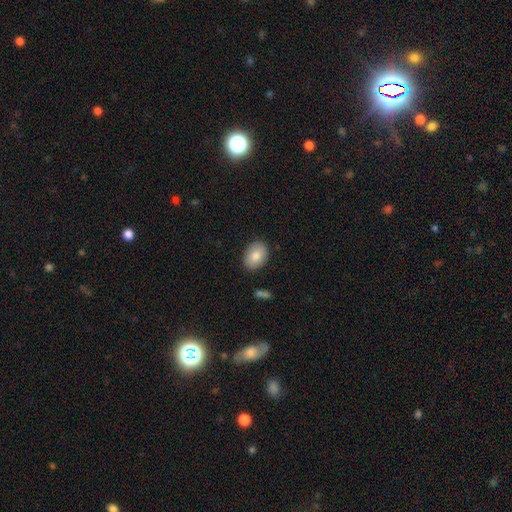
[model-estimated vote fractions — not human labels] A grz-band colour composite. It shows a smooth galaxy with no disk features (83%) that is in between round and cigar-shaped (78%). Merging: none (87%).